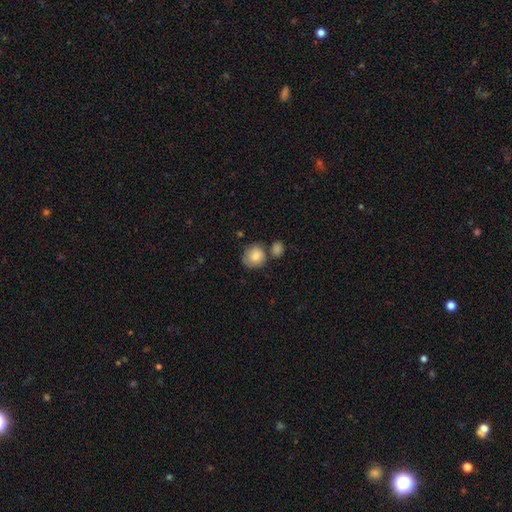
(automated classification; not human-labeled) A smooth galaxy with no disk features (81%) that is round (79%).

Vote fractions:
- Smooth or featured? smooth: 81% / featured or disk: 12% / star or artifact: 7%
- How rounded? round: 79% / in between: 20% / cigar-shaped: 1%
- Merging? none: 54% / merger: 20% / minor disturbance: 20% / major disturbance: 6%